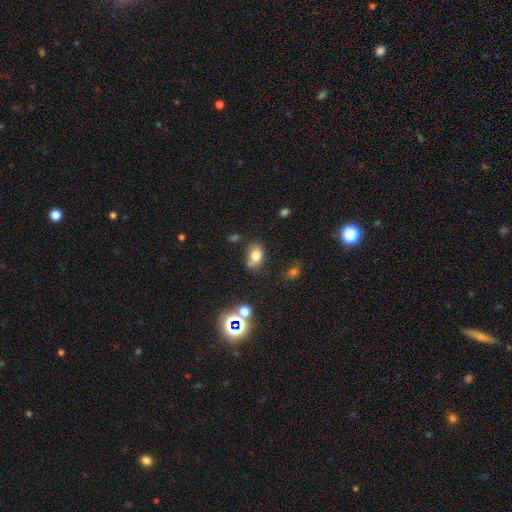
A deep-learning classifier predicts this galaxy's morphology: smooth_or_featured: smooth (p=0.75) [alt: star or artifact p=0.14]
how_rounded: in between (p=0.71) [alt: round p=0.28]
merging: none (p=0.51) [alt: minor disturbance p=0.27]